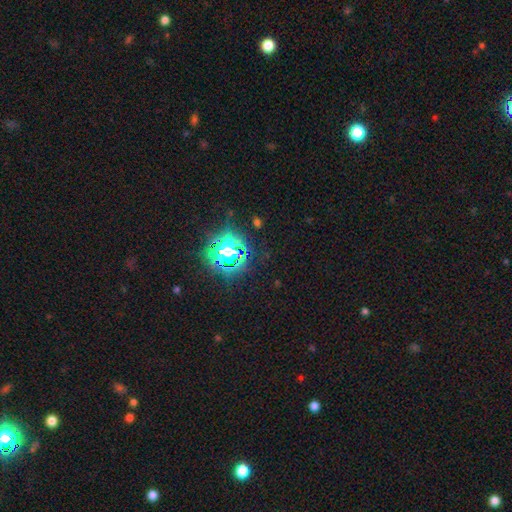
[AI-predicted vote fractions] Smooth or featured: star or artifact — 82% (smooth — 11%)